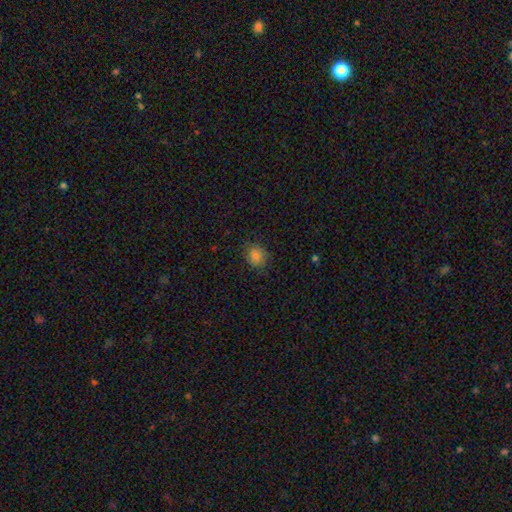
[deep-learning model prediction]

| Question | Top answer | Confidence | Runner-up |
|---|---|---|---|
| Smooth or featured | smooth | 81% | star or artifact (12%) |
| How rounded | round | 69% | in between (30%) |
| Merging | none | 81% | minor disturbance (14%) |